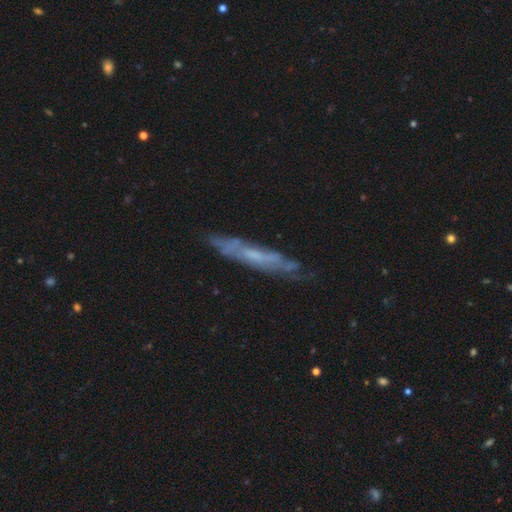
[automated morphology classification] smooth-or-featured: featured or disk: 65% | smooth: 28% | star or artifact: 7%
  disk-edge-on: yes: 63% | no: 37%
  merging: none: 71% | minor disturbance: 21% | major disturbance: 6% | merger: 2%